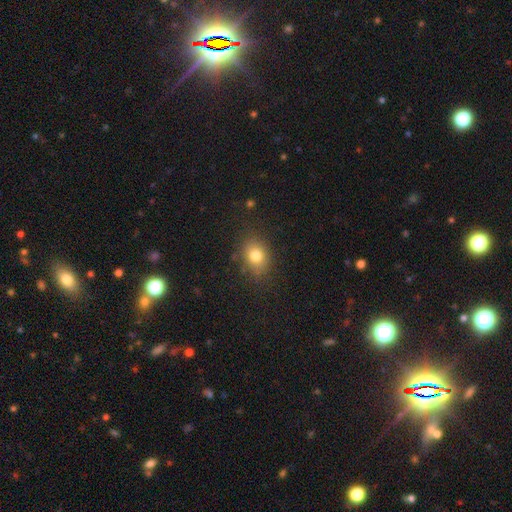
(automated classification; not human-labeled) smooth_or_featured: smooth (p=0.79) [alt: star or artifact p=0.12]
how_rounded: in between (p=0.54) [alt: round p=0.45]
merging: none (p=0.81) [alt: minor disturbance p=0.13]